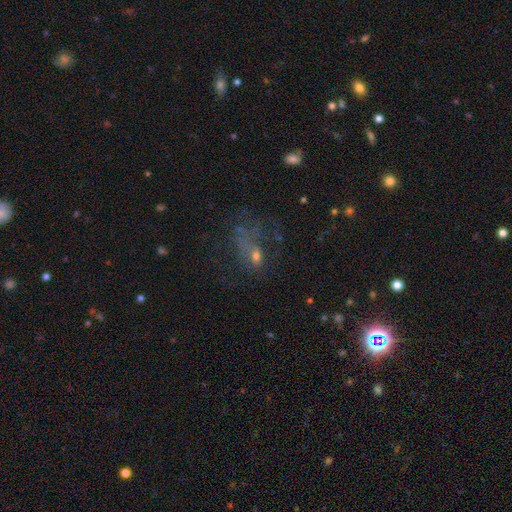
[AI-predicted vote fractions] This appears to be a smooth galaxy with no disk features (39%). Merging: major disturbance (48%).